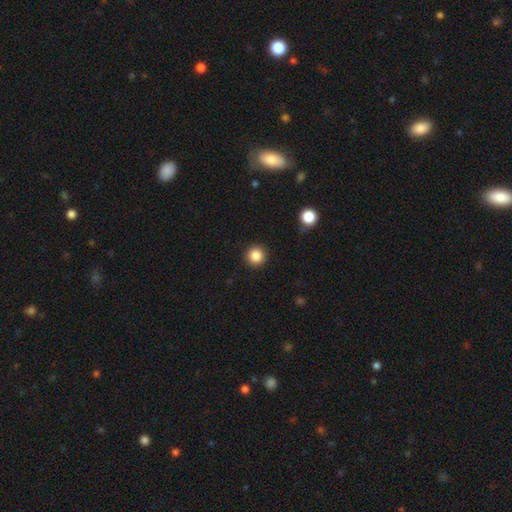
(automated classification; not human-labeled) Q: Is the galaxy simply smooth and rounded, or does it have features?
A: smooth — 85%.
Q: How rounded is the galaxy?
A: round — 96%.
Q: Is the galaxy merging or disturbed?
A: none — 92%.